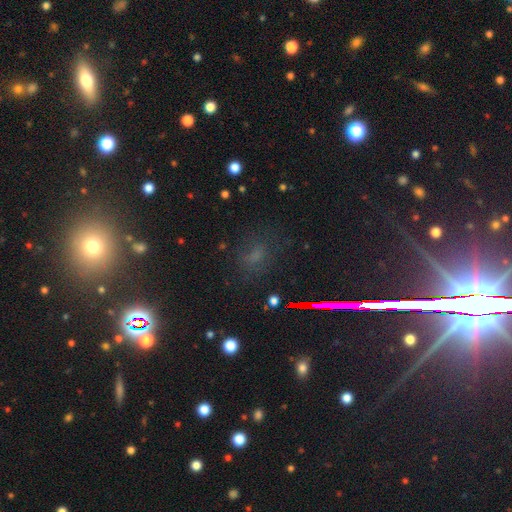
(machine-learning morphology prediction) Q: Smooth or featured?
A: star or artifact (45%); runner-up: smooth (39%)